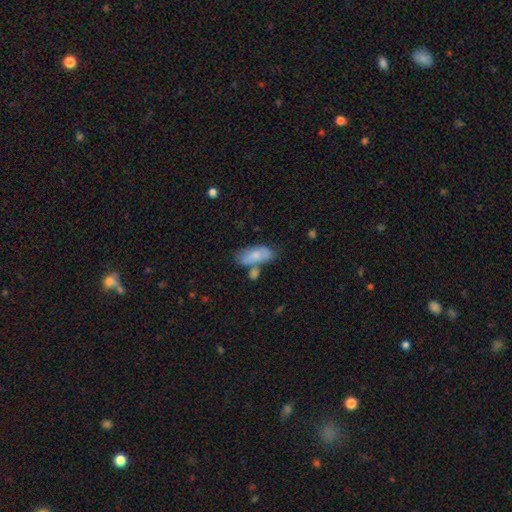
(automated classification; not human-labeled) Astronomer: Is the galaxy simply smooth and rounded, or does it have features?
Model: smooth — 73%.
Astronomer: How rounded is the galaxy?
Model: in between — 85%.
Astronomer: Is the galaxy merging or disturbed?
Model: none — 46% (runner-up: merger, 25%).